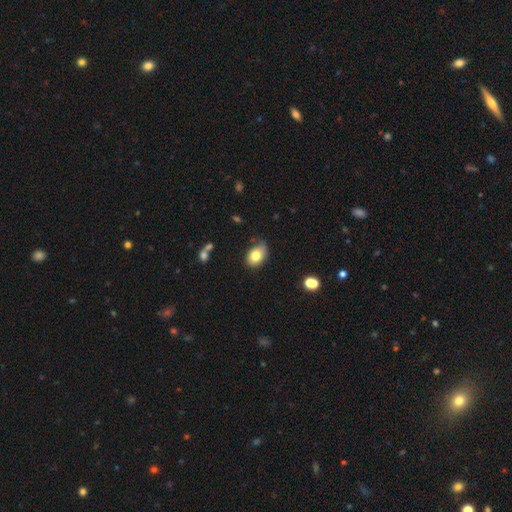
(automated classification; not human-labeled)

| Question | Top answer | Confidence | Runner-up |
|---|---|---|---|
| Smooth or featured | smooth | 79% | featured or disk (12%) |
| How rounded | in between | 81% | round (18%) |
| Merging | none | 61% | minor disturbance (29%) |